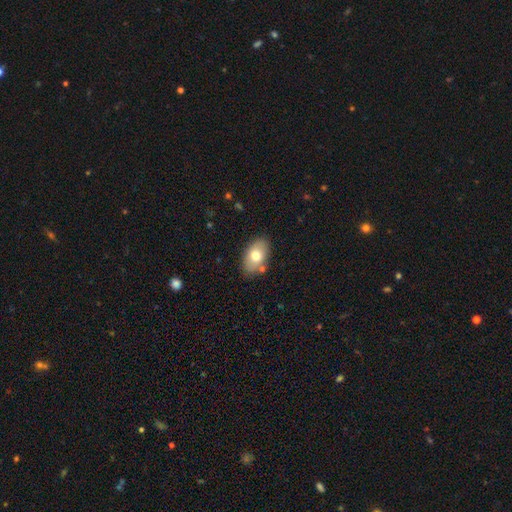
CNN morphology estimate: A smooth galaxy with no disk features (72%) that is in between round and cigar-shaped (91%).

Vote fractions:
- Smooth or featured? smooth: 72% / featured or disk: 21% / star or artifact: 7%
- How rounded? in between: 91% / round: 8% / cigar-shaped: 1%
- Merging? none: 79% / minor disturbance: 13% / merger: 5% / major disturbance: 3%